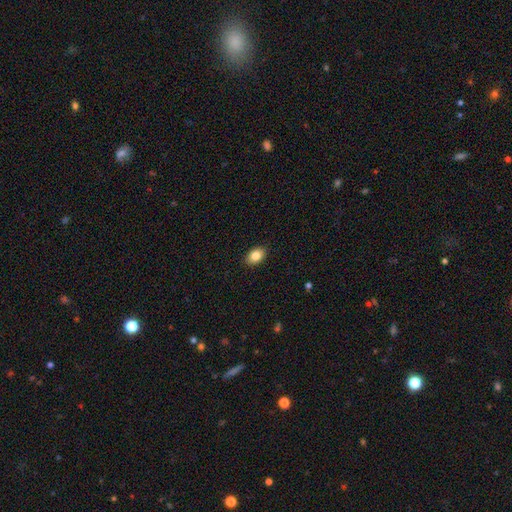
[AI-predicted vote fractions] Smooth or featured? Predicted: smooth (p=0.83). How rounded? Predicted: in between (p=0.85). Merging? Predicted: none (p=0.89).